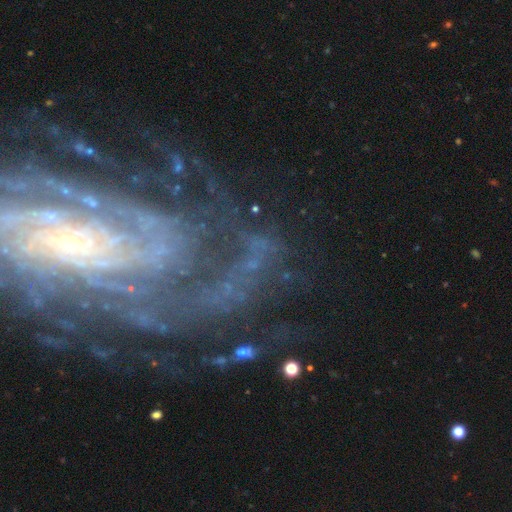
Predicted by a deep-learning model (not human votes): Smooth or featured?
  - featured or disk: 83% *
  - star or artifact: 11%
  - smooth: 6%
Edge-on disk?
  - no: 96% *
  - yes: 4%
Bar?
  - no: 55% *
  - weak: 28%
  - strong: 17%
Spiral arms?
  - yes: 94% *
  - no: 6%
Spiral winding?
  - tight: 60% *
  - medium: 29%
  - loose: 11%
Spiral arm count?
  - can't tell: 29% *
  - 2: 18%
  - 3: 15%
  - 4: 14%
  - more than 4: 13%
  - 1: 11%
Bulge size?
  - small: 63% *
  - moderate: 18%
  - none: 13%
  - large: 4%
  - dominant: 2%
Merging?
  - none: 61% *
  - major disturbance: 20%
  - minor disturbance: 16%
  - merger: 3%